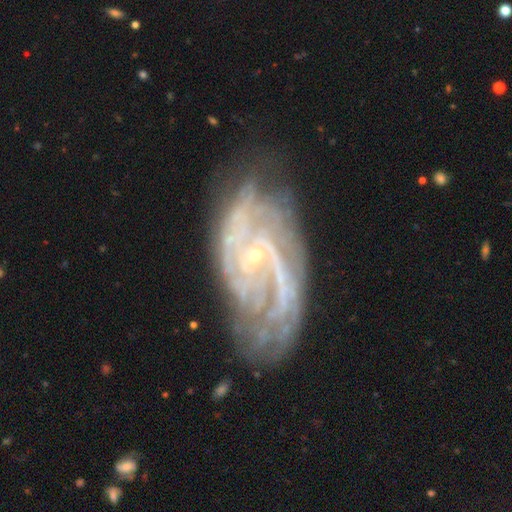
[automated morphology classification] This is clearly a featured or disk galaxy (87%). It is clearly not viewed edge-on (96%). Bar: possibly no (49%). Spiral arm pattern: clearly yes (94%). Spiral arm count: marginally 2 (32%). Spiral winding: possibly tight (52%). Central bulge: clearly small (84%). Merging: likely none (68%).